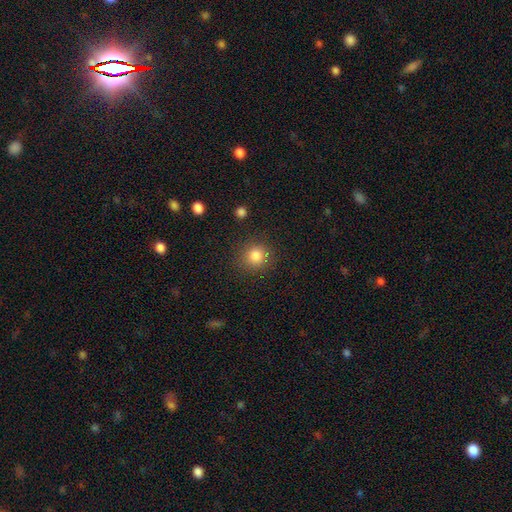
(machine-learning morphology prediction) A smooth galaxy with no disk features (83%) that is round (89%).

Vote fractions:
- Smooth or featured? smooth: 83% / star or artifact: 12% / featured or disk: 5%
- How rounded? round: 89% / in between: 10% / cigar-shaped: 1%
- Merging? none: 86% / minor disturbance: 8% / major disturbance: 3% / merger: 2%